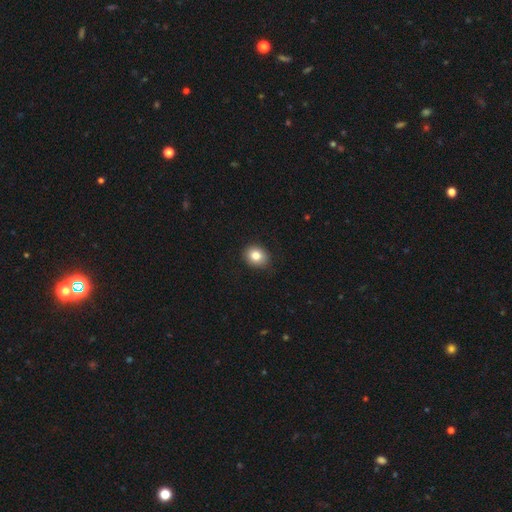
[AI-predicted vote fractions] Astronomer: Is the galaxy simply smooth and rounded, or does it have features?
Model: smooth — 83%.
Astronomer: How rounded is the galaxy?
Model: round — 58% (runner-up: in between, 41%).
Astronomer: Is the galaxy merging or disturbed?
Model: none — 88%.